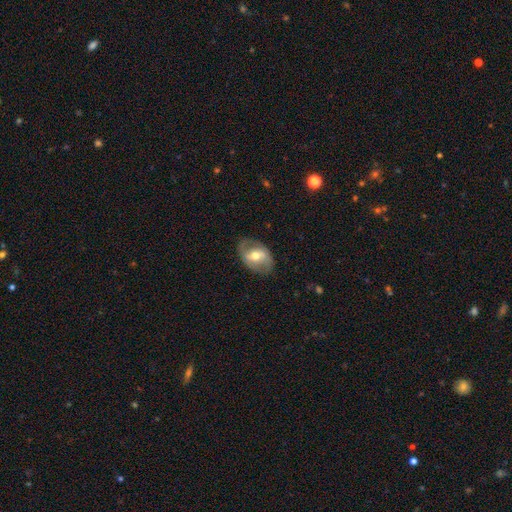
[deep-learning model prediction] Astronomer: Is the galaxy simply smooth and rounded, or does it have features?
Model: featured or disk — 62%.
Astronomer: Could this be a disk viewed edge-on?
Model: no — 94%.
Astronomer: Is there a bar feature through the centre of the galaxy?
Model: weak — 41% (runner-up: strong, 34%).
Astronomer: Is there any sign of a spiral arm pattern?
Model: yes — 66%.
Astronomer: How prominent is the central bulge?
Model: moderate — 67%.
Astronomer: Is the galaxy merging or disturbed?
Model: none — 76%.